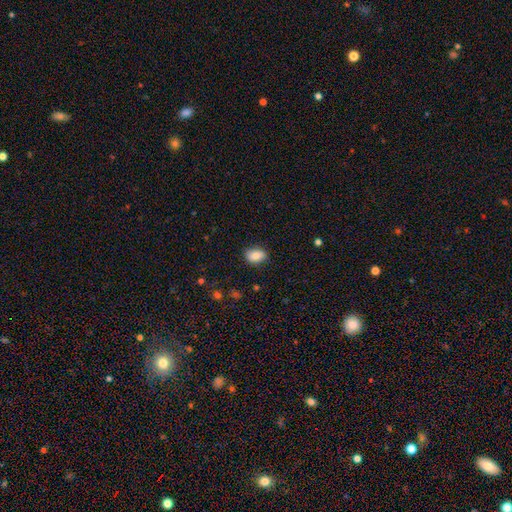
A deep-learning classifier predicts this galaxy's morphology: This is clearly a smooth galaxy (82%). How rounded: likely in between (76%). Merging: clearly none (85%).